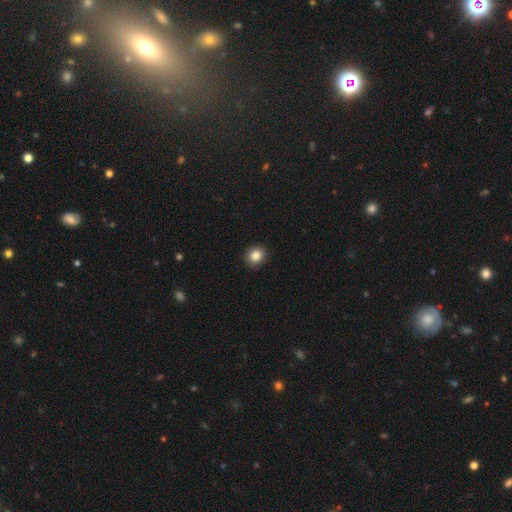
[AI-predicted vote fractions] This is clearly a smooth galaxy (85%). How rounded: clearly round (86%). Merging: clearly none (90%).